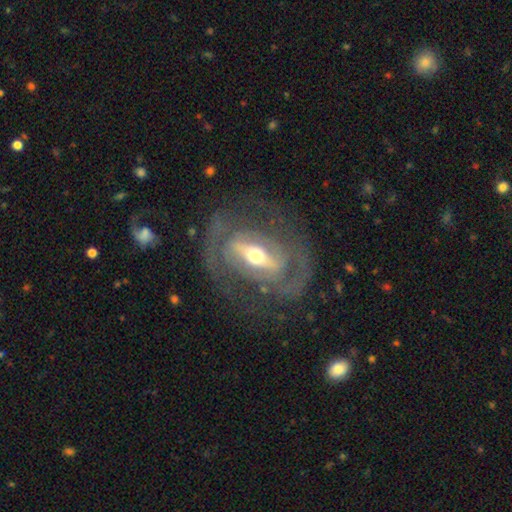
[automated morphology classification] featured or disk 86%, smooth 9%, star or artifact 5%. Down the decision tree: edge-on disk — no (89%); bar — strong (68%); spiral arms — yes (76%); spiral arm count — 2 (74%); spiral winding — medium (42%); bulge size — moderate (65%); merging — none (70%).